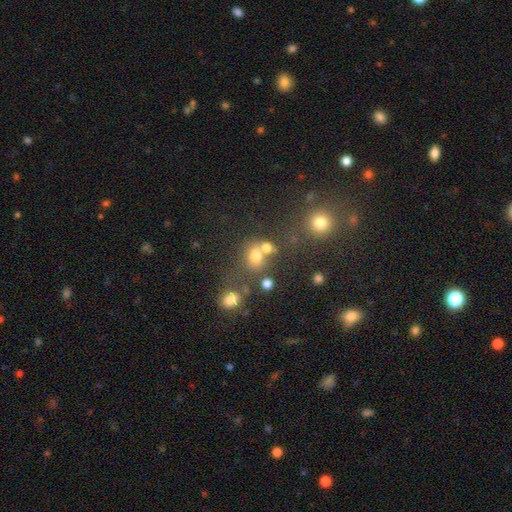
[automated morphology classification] smooth-or-featured: smooth: 70% | star or artifact: 19% | featured or disk: 10%
  how-rounded: round: 61% | in between: 38% | cigar-shaped: 1%
  merging: none: 49% | merger: 32% | minor disturbance: 12% | major disturbance: 7%